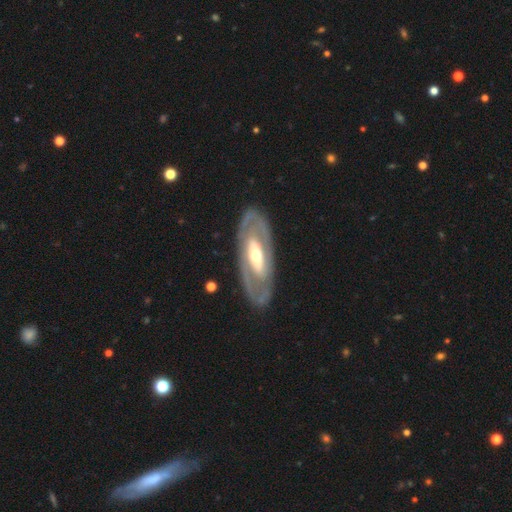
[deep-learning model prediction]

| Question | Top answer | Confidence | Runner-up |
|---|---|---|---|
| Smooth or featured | featured or disk | 76% | smooth (19%) |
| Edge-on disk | no | 87% | yes (13%) |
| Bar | no | 48% | weak (27%) |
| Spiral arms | yes | 54% | no (46%) |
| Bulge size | moderate | 60% | small (29%) |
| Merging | none | 83% | minor disturbance (11%) |